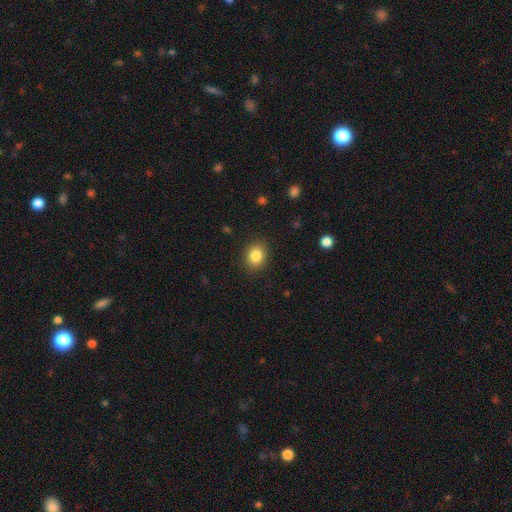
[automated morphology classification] Smooth or featured?
  - smooth: 85% *
  - star or artifact: 10%
  - featured or disk: 5%
How rounded?
  - round: 58% *
  - in between: 41%
  - cigar-shaped: 1%
Merging?
  - none: 87% *
  - minor disturbance: 9%
  - major disturbance: 3%
  - merger: 1%